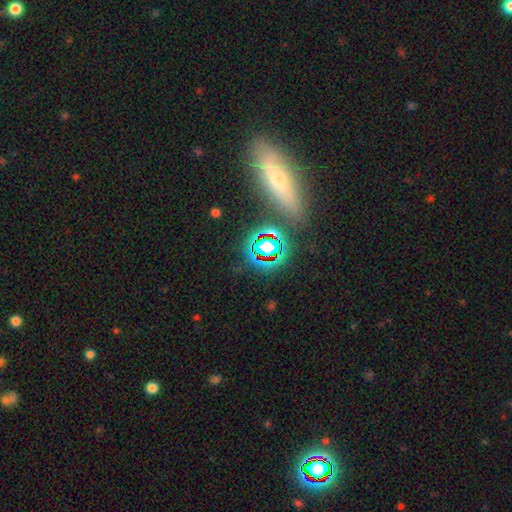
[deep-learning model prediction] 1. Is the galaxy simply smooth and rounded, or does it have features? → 41% smooth, 31% featured or disk, 28% star or artifact.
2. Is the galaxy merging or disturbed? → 76% none, 11% minor disturbance, 8% merger, 5% major disturbance.